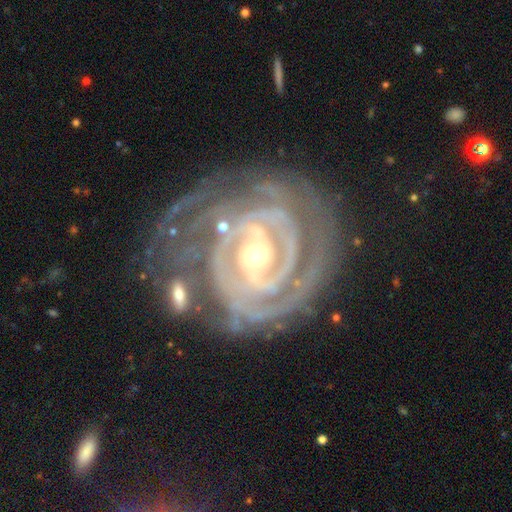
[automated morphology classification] This appears to be a featured or disk galaxy (91%) with a weak bar (37%), 2 (31%) tight (84%) spiral arms (98%) and a small central bulge (49%). Merging: none (63%).